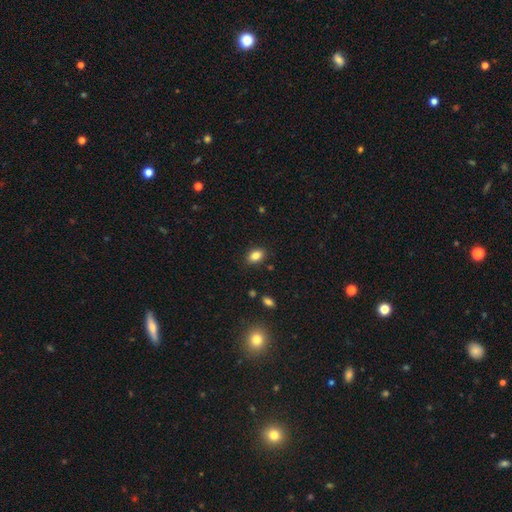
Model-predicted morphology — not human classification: smooth_or_featured: smooth (p=0.83) [alt: star or artifact p=0.10]
how_rounded: in between (p=0.82) [alt: round p=0.17]
merging: none (p=0.86) [alt: minor disturbance p=0.10]